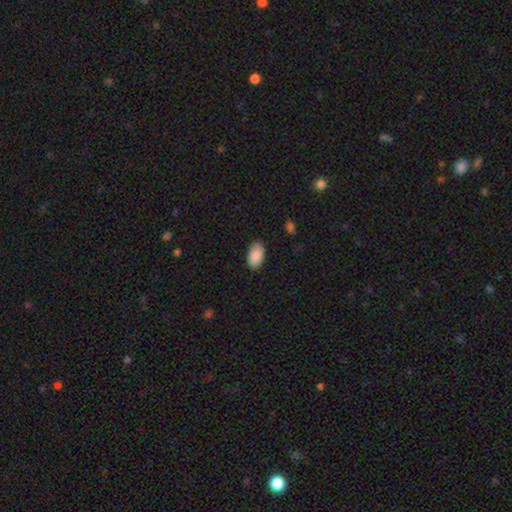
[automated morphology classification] Overall: smooth (89%). How rounded: in between (95%). Merging: none (86%).